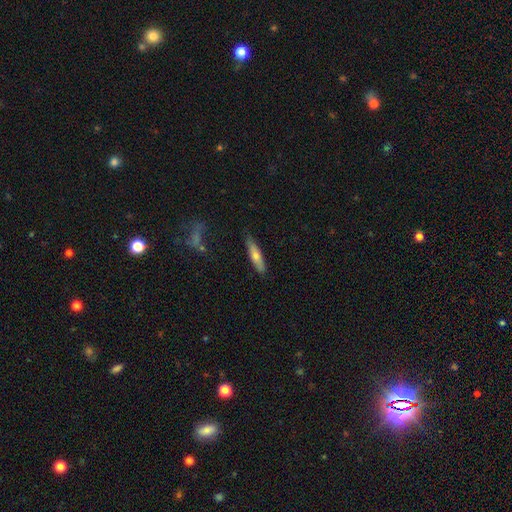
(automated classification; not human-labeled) The model was most divided on "smooth or featured": smooth: 65%, featured or disk: 29%, star or artifact: 6%. More confident: merging — none (79%); how rounded — cigar-shaped (75%).